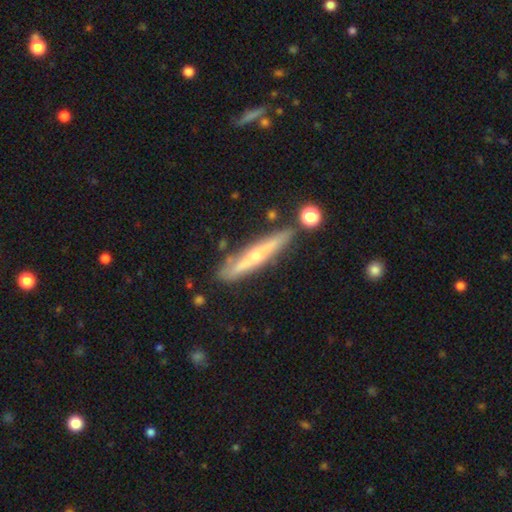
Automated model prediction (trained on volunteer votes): This is likely a featured or disk galaxy (67%). It is clearly viewed edge-on (93%). Edge-on bulge: clearly rounded (81%). Merging: likely none (78%).